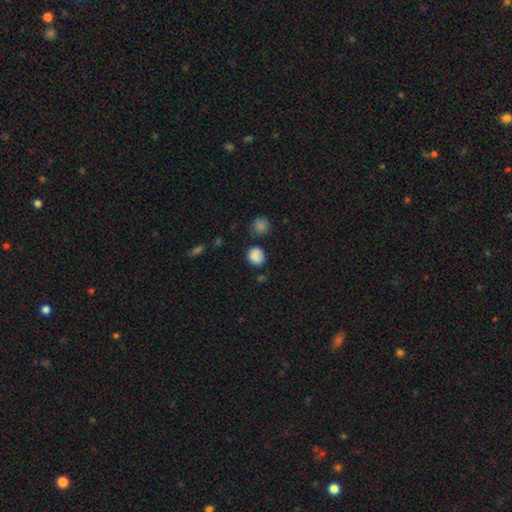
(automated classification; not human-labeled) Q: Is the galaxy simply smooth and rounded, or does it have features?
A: smooth — 84%.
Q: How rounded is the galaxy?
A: round — 76%.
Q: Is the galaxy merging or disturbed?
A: none — 72%.